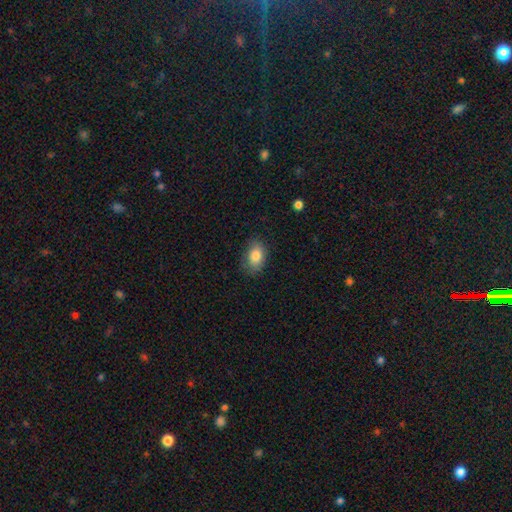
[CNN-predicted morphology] Smooth or featured? smooth (84%)
How rounded? in between (85%)
Merging? none (78%)